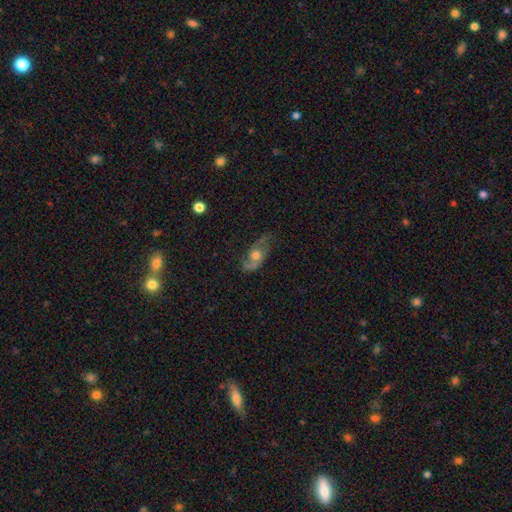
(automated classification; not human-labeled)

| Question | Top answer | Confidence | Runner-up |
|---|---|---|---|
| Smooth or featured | featured or disk | 70% | smooth (22%) |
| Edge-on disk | no | 89% | yes (11%) |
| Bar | no | 77% | weak (19%) |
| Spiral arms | yes | 83% | no (17%) |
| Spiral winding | loose | 47% | medium (39%) |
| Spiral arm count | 2 | 82% | can't tell (8%) |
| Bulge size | moderate | 67% | large (18%) |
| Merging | none | 63% | minor disturbance (22%) |